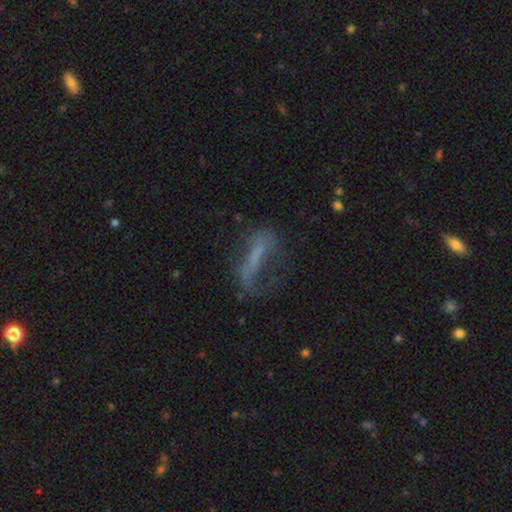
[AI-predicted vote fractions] Smooth or featured? featured or disk (46%)
Merging? none (39%)